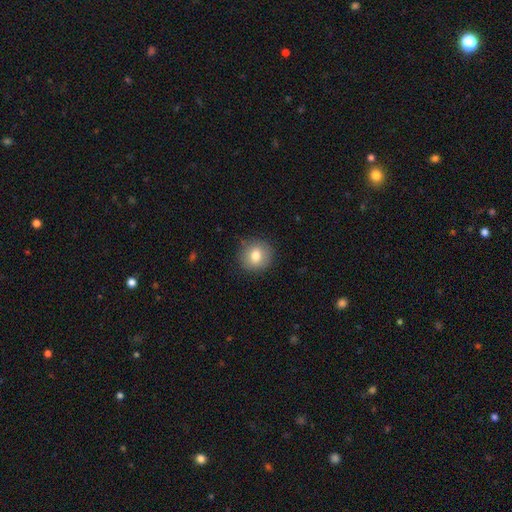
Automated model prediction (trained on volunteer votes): Smooth or featured? Predicted: smooth (p=0.78). How rounded? Predicted: round (p=0.87). Merging? Predicted: none (p=0.86).